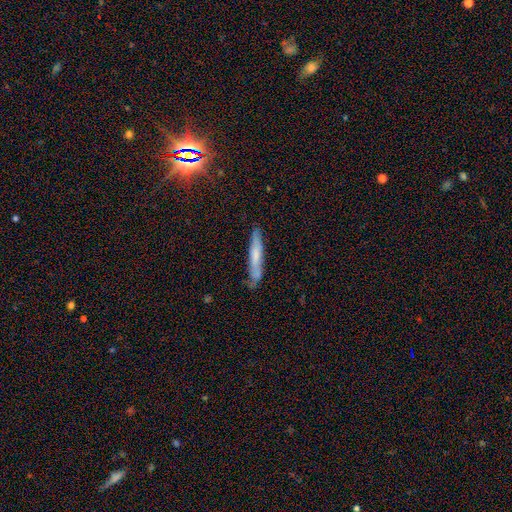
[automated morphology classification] This is possibly a smooth galaxy (56%). How rounded: clearly cigar-shaped (93%). Merging: likely none (76%).